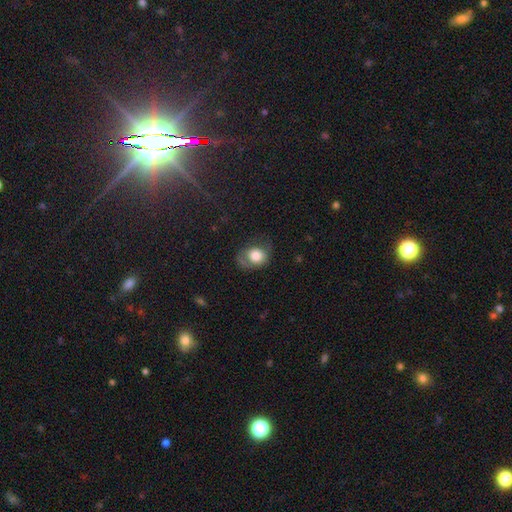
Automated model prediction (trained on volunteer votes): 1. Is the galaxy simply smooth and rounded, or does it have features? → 72% smooth, 19% featured or disk, 9% star or artifact.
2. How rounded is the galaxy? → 55% round, 44% in between, 1% cigar-shaped.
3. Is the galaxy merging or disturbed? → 48% none, 30% minor disturbance, 20% major disturbance, 2% merger.